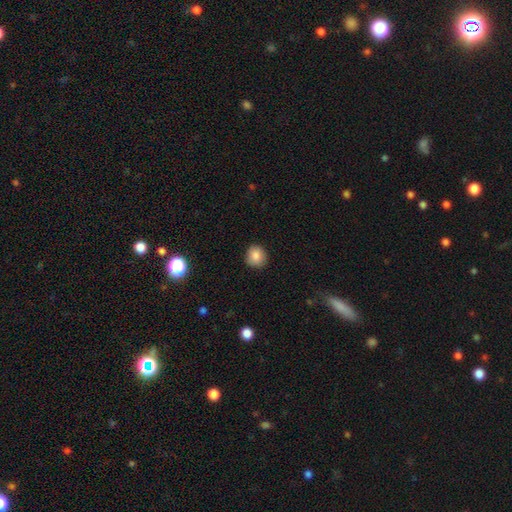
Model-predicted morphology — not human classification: Smooth or featured: smooth — 85% (star or artifact — 10%)
How rounded: round — 84% (in between — 15%)
Merging: none — 89% (minor disturbance — 8%)